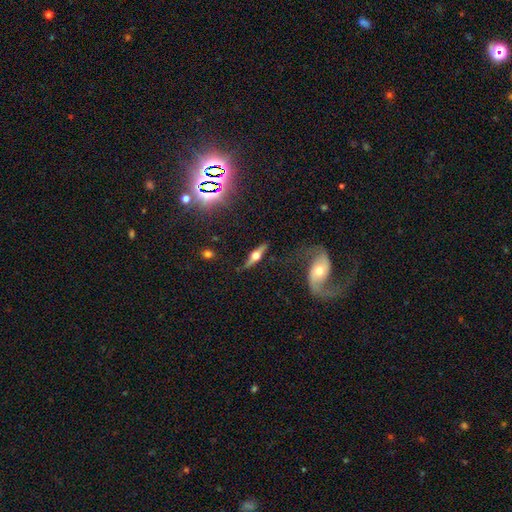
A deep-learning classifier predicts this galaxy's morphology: Overall: featured or disk (75%). Edge-on disk: yes (91%). Edge-on bulge: rounded (95%). Merging: none (77%).